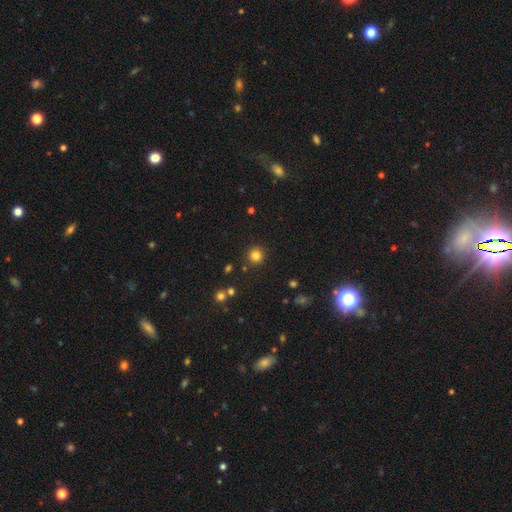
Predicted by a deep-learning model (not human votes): A smooth galaxy with no disk features (82%) that is round (94%). Merging: none (90%).